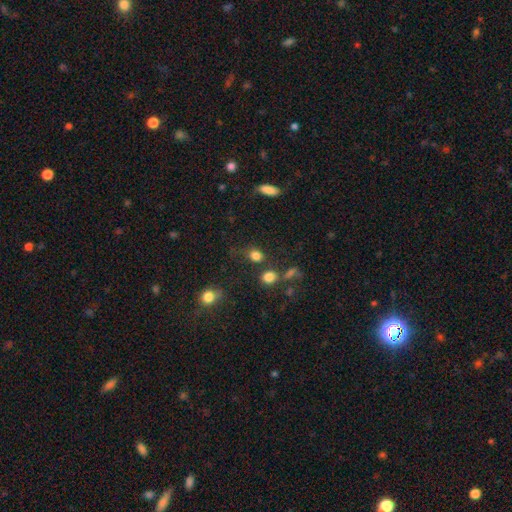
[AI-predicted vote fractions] Smooth or featured? smooth (81%)
How rounded? round (62%)
Merging? none (64%)